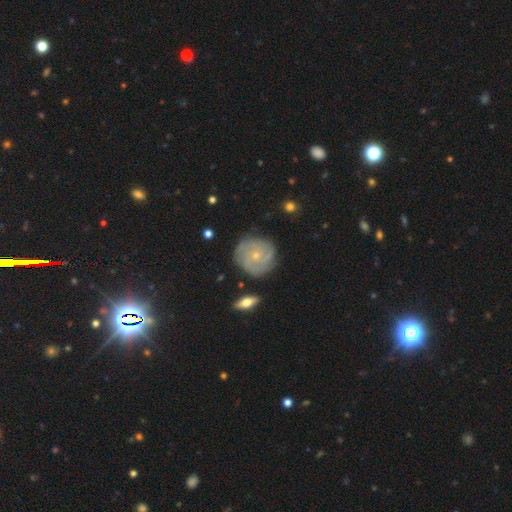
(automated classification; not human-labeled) smooth_or_featured: featured or disk (p=0.74) [alt: smooth p=0.19]
disk_edge_on: no (p=0.97) [alt: yes p=0.03]
bar: no (p=0.81) [alt: weak p=0.16]
has_spiral_arms: yes (p=0.90) [alt: no p=0.10]
spiral_winding: tight (p=0.67) [alt: medium p=0.26]
spiral_arm_count: can't tell (p=0.32) [alt: 3 p=0.23]
bulge_size: small (p=0.81) [alt: moderate p=0.16]
merging: none (p=0.80) [alt: minor disturbance p=0.14]